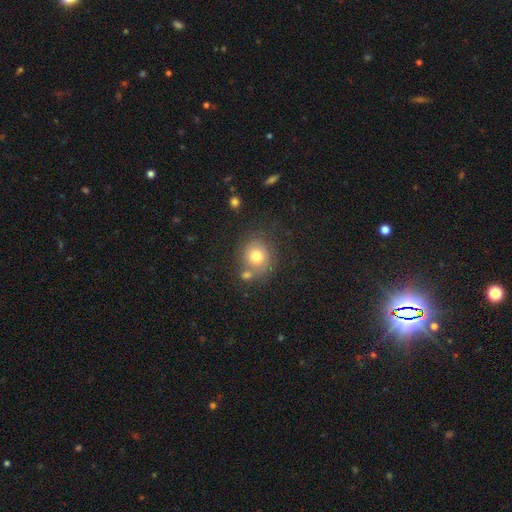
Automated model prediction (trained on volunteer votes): smooth-or-featured: smooth: 71% | featured or disk: 18% | star or artifact: 11%
  how-rounded: round: 80% | in between: 19% | cigar-shaped: 1%
  merging: none: 62% | merger: 16% | minor disturbance: 15% | major disturbance: 7%